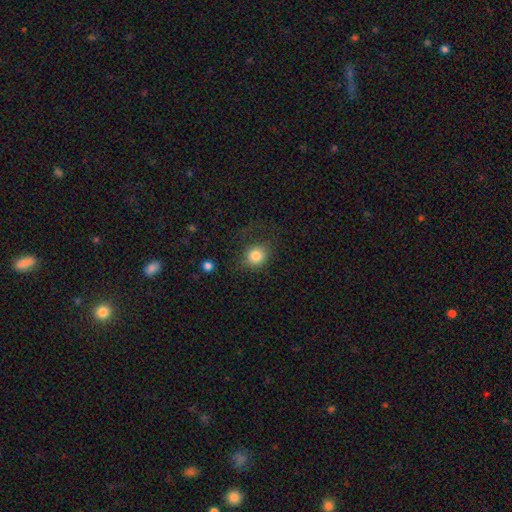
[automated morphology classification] The model was most divided on "merging": none: 72%, minor disturbance: 17%, major disturbance: 9%, merger: 2%. More confident: smooth or featured — smooth (82%); how rounded — round (78%).